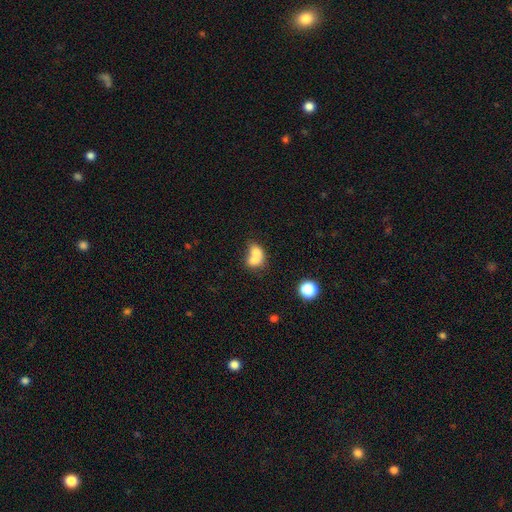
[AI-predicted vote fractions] Overall: smooth (71%). How rounded: in between (55%; round 44%). Merging: merger (73%).